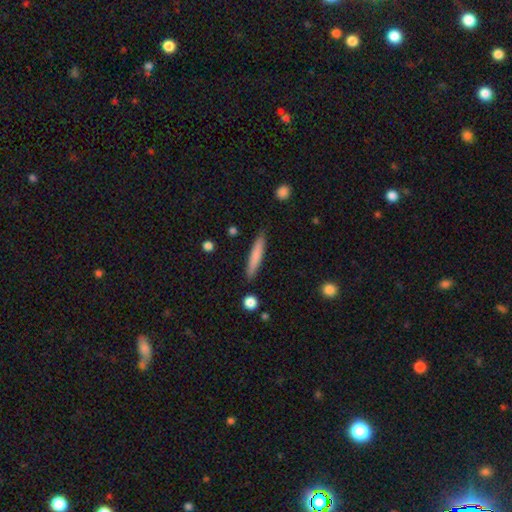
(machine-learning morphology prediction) smooth-or-featured: smooth: 76% | featured or disk: 19% | star or artifact: 6%
  how-rounded: cigar-shaped: 93% | in between: 6% | round: 1%
  merging: none: 87% | minor disturbance: 10% | major disturbance: 2% | merger: 2%